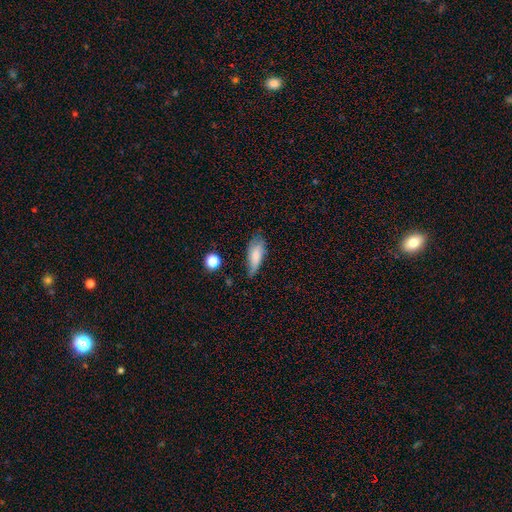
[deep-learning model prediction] This is likely a smooth galaxy (68%). How rounded: likely in between (72%). Merging: possibly none (54%).